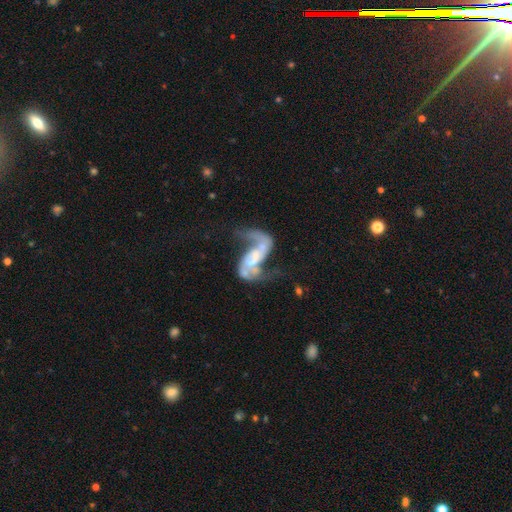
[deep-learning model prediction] This is clearly a featured or disk galaxy (87%). It is clearly not viewed edge-on (96%). Bar: marginally weak (37%). Spiral arm pattern: clearly yes (93%). Spiral arm count: clearly 2 (89%). Spiral winding: likely loose (70%). Central bulge: marginally small (38%). Merging: marginally none (40%).